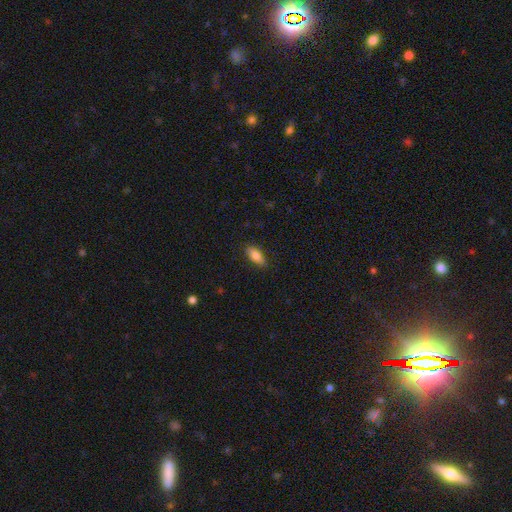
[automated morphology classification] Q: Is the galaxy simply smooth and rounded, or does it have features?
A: smooth — 83%.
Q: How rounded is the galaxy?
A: in between — 84%.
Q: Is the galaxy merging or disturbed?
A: none — 84%.